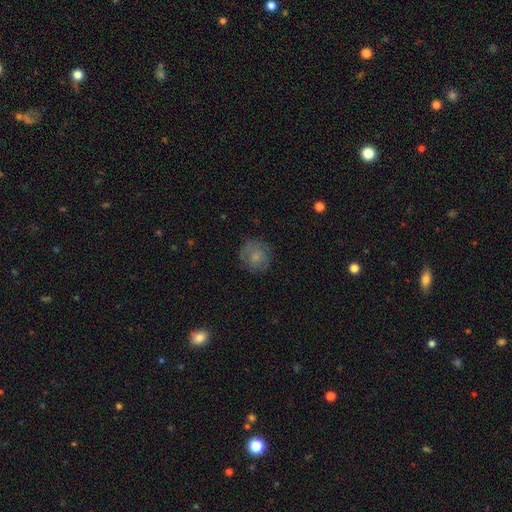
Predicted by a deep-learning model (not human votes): A smooth galaxy with no disk features (75%) that is round (89%).

Vote fractions:
- Smooth or featured? smooth: 75% / featured or disk: 17% / star or artifact: 9%
- How rounded? round: 89% / in between: 10% / cigar-shaped: 1%
- Merging? none: 78% / minor disturbance: 16% / major disturbance: 5% / merger: 1%